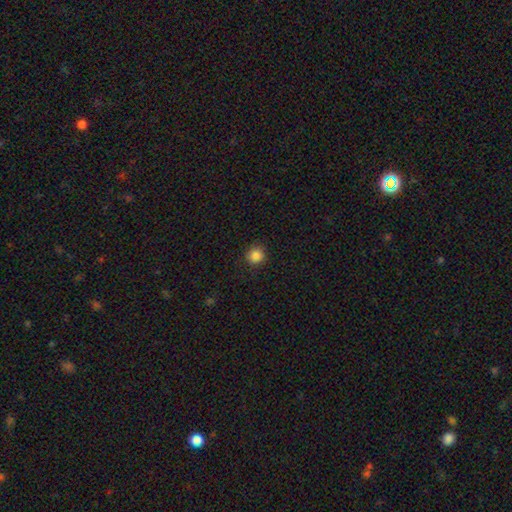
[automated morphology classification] The model was most divided on "smooth or featured": smooth: 86%, star or artifact: 11%, featured or disk: 3%. More confident: how rounded — round (93%); merging — none (90%).